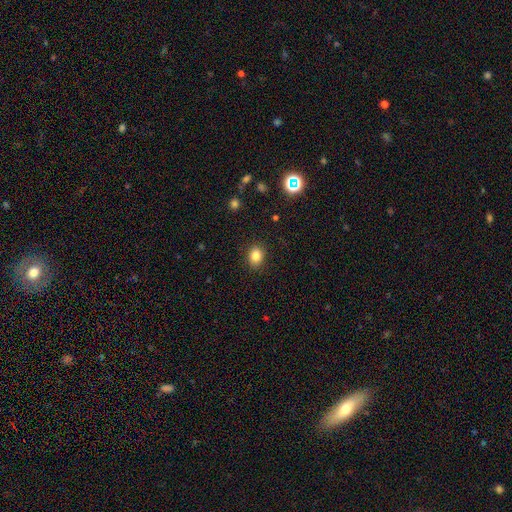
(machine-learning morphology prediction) smooth_or_featured: smooth (p=0.84) [alt: star or artifact p=0.11]
how_rounded: round (p=0.50) [alt: in between p=0.49]
merging: none (p=0.89) [alt: minor disturbance p=0.08]